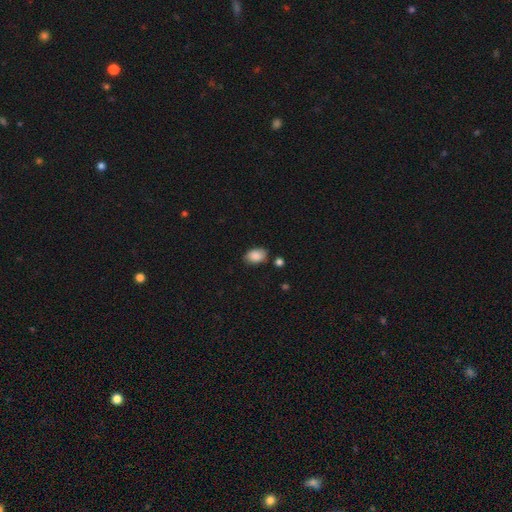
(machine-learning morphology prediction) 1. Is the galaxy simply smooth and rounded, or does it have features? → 88% smooth, 7% star or artifact, 5% featured or disk.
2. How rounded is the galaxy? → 87% in between, 12% round, 1% cigar-shaped.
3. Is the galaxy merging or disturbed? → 79% none, 14% minor disturbance, 4% merger, 3% major disturbance.